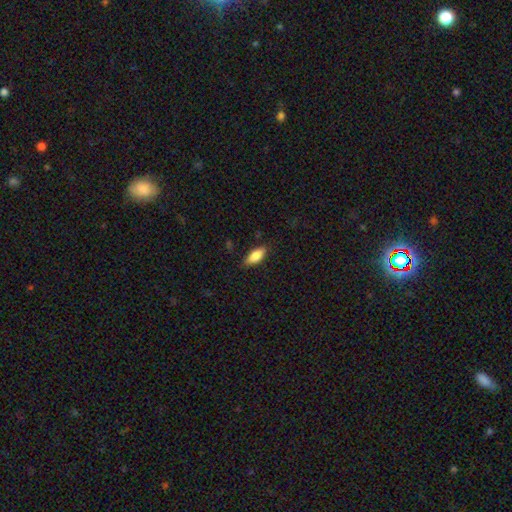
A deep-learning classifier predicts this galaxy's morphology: A smooth galaxy with no disk features (82%) that is in between round and cigar-shaped (81%). Merging: none (83%).